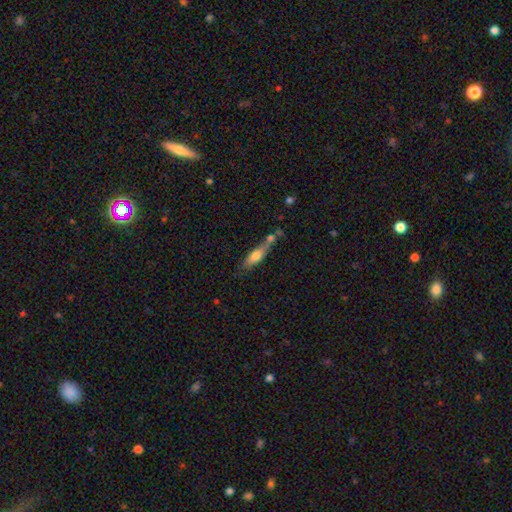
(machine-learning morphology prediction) Smooth or featured: smooth — 65% (featured or disk — 28%)
How rounded: cigar-shaped — 56% (in between — 42%)
Merging: none — 36% (merger — 35%)